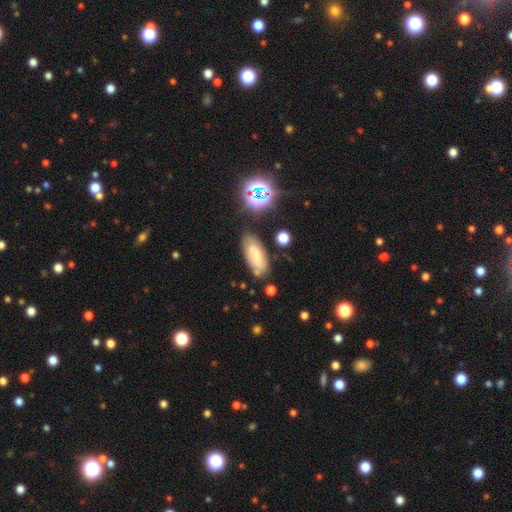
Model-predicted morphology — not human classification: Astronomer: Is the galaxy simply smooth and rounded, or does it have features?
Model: smooth — 68%.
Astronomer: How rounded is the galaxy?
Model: in between — 80%.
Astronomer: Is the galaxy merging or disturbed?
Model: none — 74%.